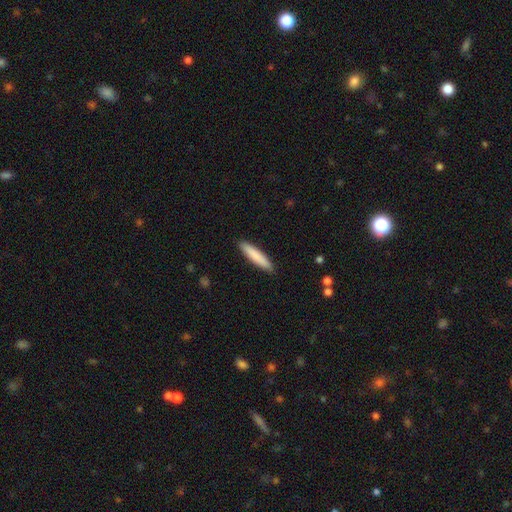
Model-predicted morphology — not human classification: smooth-or-featured: smooth: 83% | featured or disk: 11% | star or artifact: 5%
  how-rounded: cigar-shaped: 87% | in between: 12% | round: 1%
  merging: none: 90% | minor disturbance: 7% | major disturbance: 1% | merger: 1%